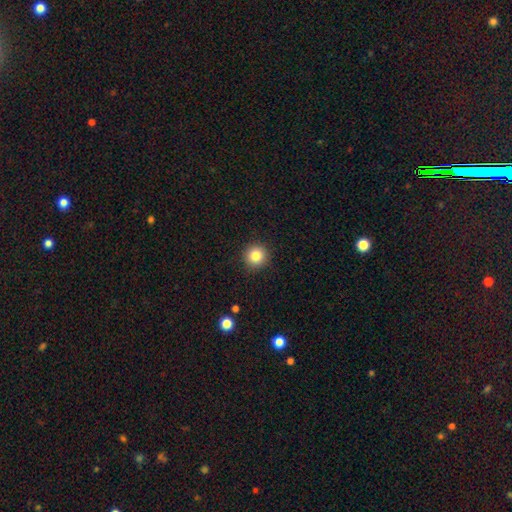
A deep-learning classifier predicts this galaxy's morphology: This is clearly a smooth galaxy (83%). How rounded: clearly round (94%). Merging: clearly none (92%).